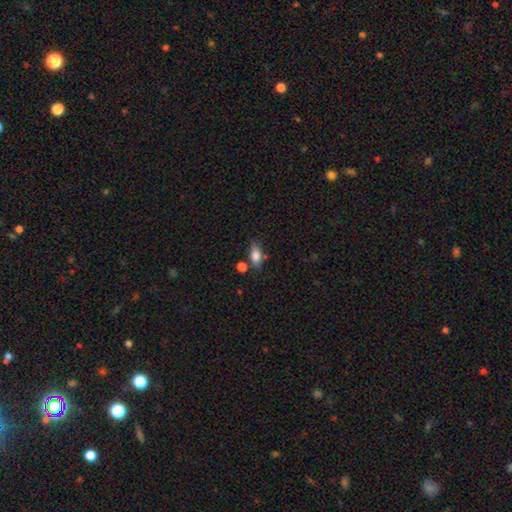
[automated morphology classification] This appears to be a smooth galaxy with no disk features (81%) that is in between round and cigar-shaped (82%). Merging: none (67%).